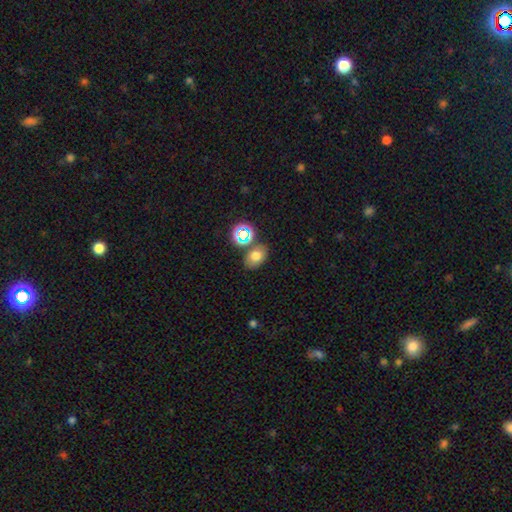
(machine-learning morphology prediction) A smooth galaxy with no disk features (71%) that is in between round and cigar-shaped (73%).

Vote fractions:
- Smooth or featured? smooth: 71% / star or artifact: 18% / featured or disk: 11%
- How rounded? in between: 73% / round: 25% / cigar-shaped: 1%
- Merging? none: 70% / merger: 15% / minor disturbance: 12% / major disturbance: 4%